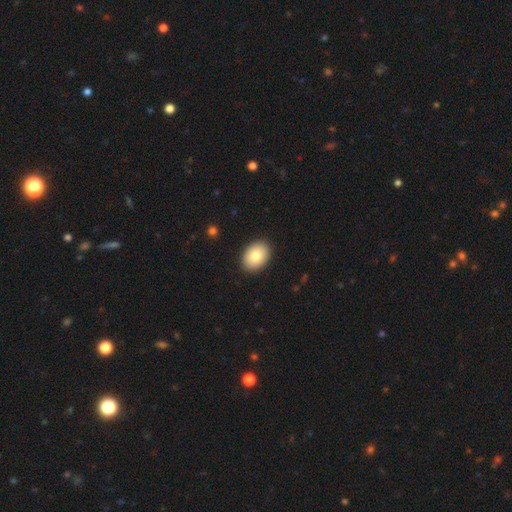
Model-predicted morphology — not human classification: Smooth or featured? Predicted: smooth (p=0.83). How rounded? Predicted: in between (p=0.77). Merging? Predicted: none (p=0.91).